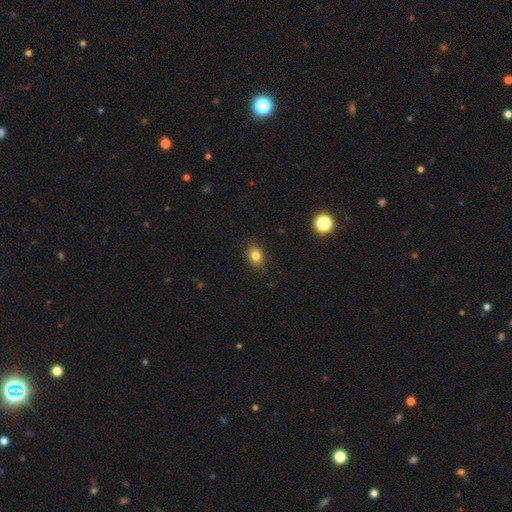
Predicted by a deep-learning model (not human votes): Smooth or featured?
  - smooth: 81% *
  - star or artifact: 11%
  - featured or disk: 8%
How rounded?
  - in between: 74% *
  - round: 24%
  - cigar-shaped: 2%
Merging?
  - none: 85% *
  - minor disturbance: 11%
  - major disturbance: 3%
  - merger: 1%